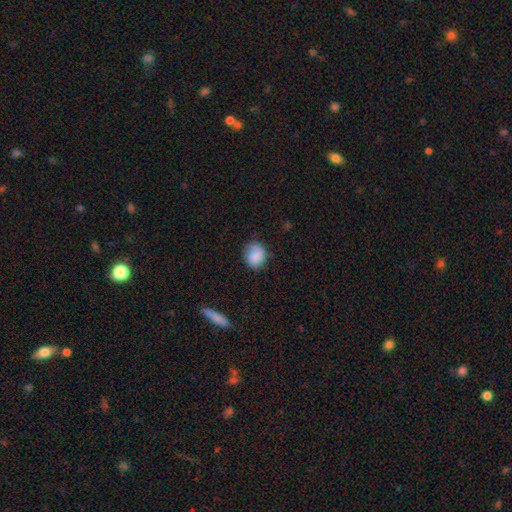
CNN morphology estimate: Smooth or featured? Predicted: smooth (p=0.80). How rounded? Predicted: round (p=0.63). Merging? Predicted: none (p=0.65).